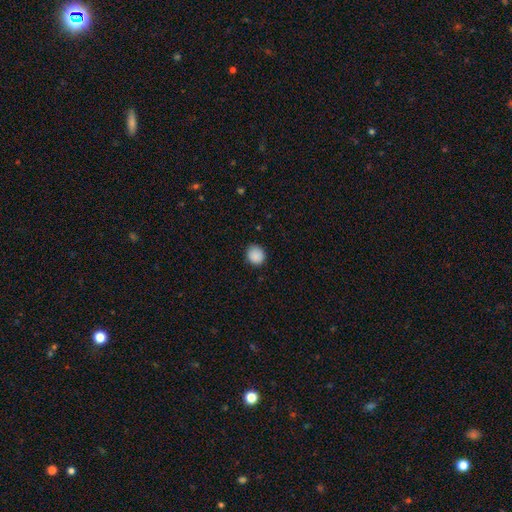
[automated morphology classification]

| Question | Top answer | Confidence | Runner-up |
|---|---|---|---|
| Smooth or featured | smooth | 89% | star or artifact (8%) |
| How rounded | round | 78% | in between (21%) |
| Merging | none | 86% | minor disturbance (10%) |